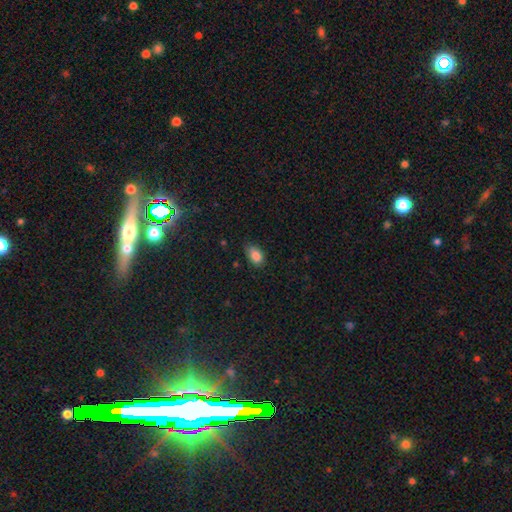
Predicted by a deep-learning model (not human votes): smooth-or-featured: smooth: 86% | star or artifact: 8% | featured or disk: 6%
  how-rounded: in between: 89% | round: 9% | cigar-shaped: 2%
  merging: none: 74% | minor disturbance: 21% | major disturbance: 3% | merger: 1%